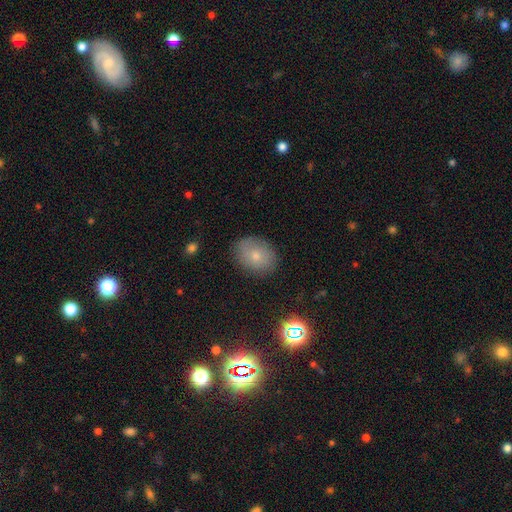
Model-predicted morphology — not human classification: smooth-or-featured: smooth: 70% | featured or disk: 18% | star or artifact: 12%
  how-rounded: in between: 58% | round: 40% | cigar-shaped: 1%
  merging: none: 82% | minor disturbance: 13% | major disturbance: 4% | merger: 1%